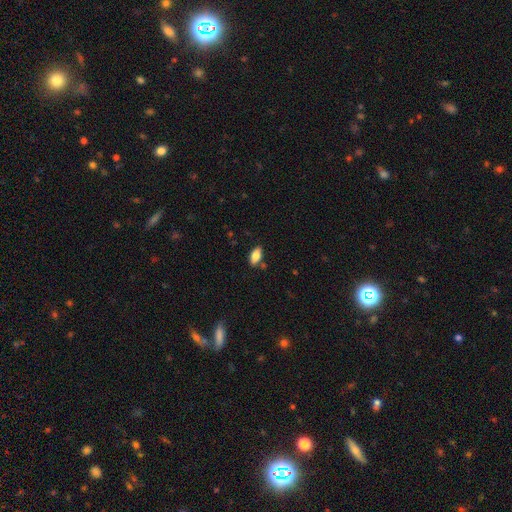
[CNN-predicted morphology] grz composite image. It shows a smooth galaxy with no disk features (83%) that is in between round and cigar-shaped (91%). Merging: none (82%).